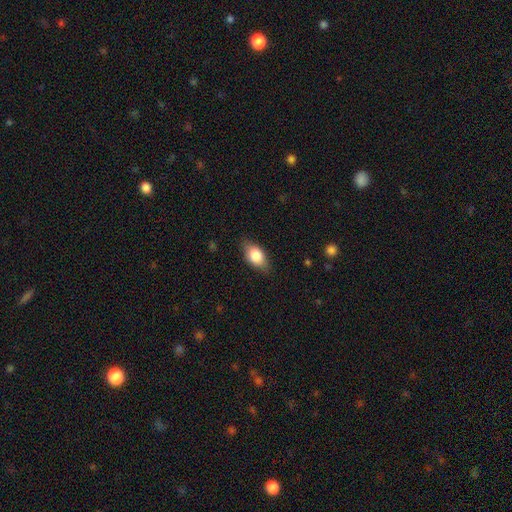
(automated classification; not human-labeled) Q: Smooth or featured?
A: smooth (80%); runner-up: featured or disk (13%)
Q: How rounded?
A: in between (88%); runner-up: round (8%)
Q: Merging?
A: none (80%); runner-up: minor disturbance (16%)